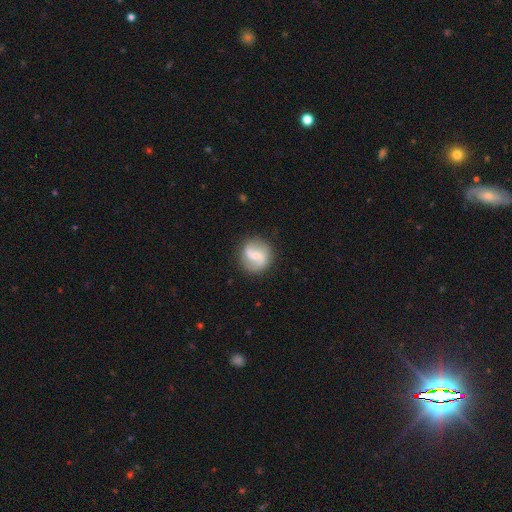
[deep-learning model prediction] smooth-or-featured: featured or disk: 75% | smooth: 19% | star or artifact: 6%
  disk-edge-on: no: 98% | yes: 2%
    bar: weak: 50% | no: 32% | strong: 18%
    has-spiral-arms: yes: 93% | no: 7%
      spiral-winding: medium: 44% | loose: 40% | tight: 16%
      spiral-arm-count: 2: 88% | can't tell: 4% | 1: 4% | 3: 1% | 4: 1% | more than 4: 1%
    bulge-size: small: 56% | moderate: 36% | none: 5% | large: 2% | dominant: 1%
  merging: none: 83% | minor disturbance: 12% | major disturbance: 4% | merger: 2%